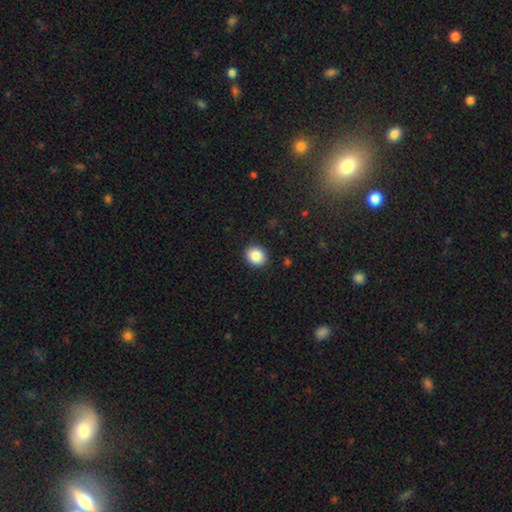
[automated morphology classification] type=smooth (87%); roundness=round (72%); merging=none (90%).